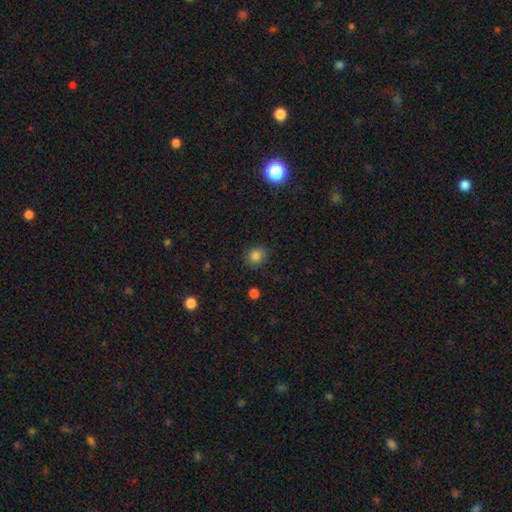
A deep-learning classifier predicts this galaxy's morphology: Smooth or featured: smooth — 83% (star or artifact — 13%)
How rounded: round — 76% (in between — 23%)
Merging: none — 87% (minor disturbance — 9%)